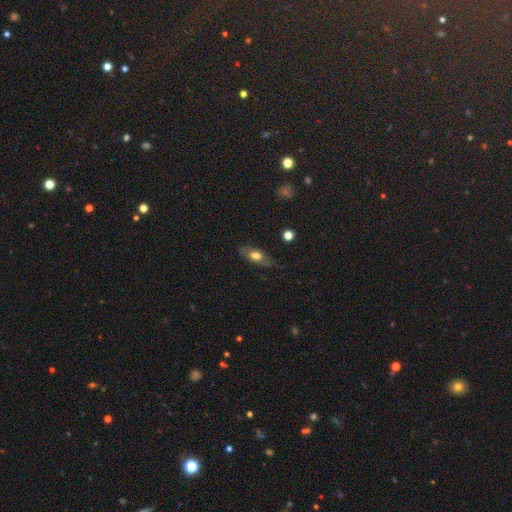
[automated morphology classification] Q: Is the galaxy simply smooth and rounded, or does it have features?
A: smooth — 61%.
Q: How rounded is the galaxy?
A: in between — 75%.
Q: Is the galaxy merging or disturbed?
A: none — 70%.